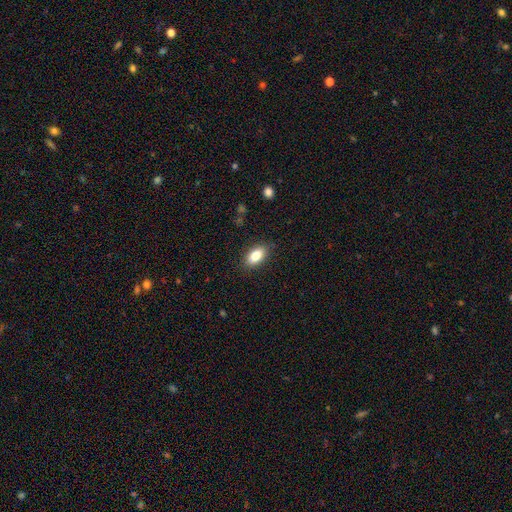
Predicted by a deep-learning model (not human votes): The model was most divided on "smooth or featured": smooth: 83%, featured or disk: 9%, star or artifact: 7%. More confident: how rounded — in between (89%); merging — none (87%).